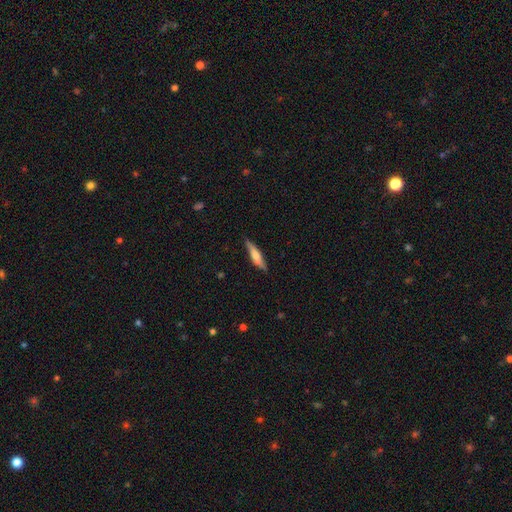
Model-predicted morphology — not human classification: This is possibly a smooth galaxy (52%). How rounded: clearly cigar-shaped (81%). Merging: clearly none (82%).